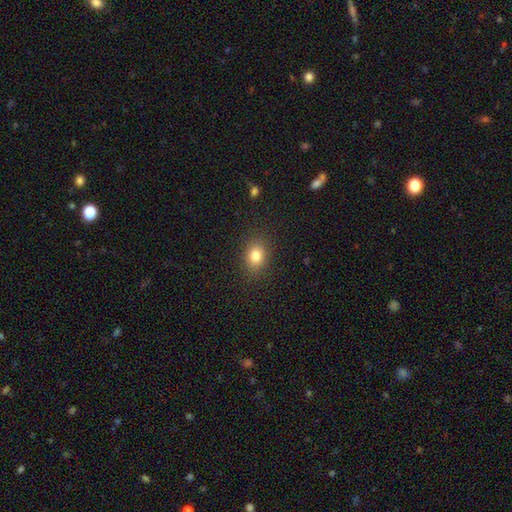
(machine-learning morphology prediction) smooth 82%, star or artifact 11%, featured or disk 7%. Down the decision tree: how rounded — in between (58%); merging — none (87%).